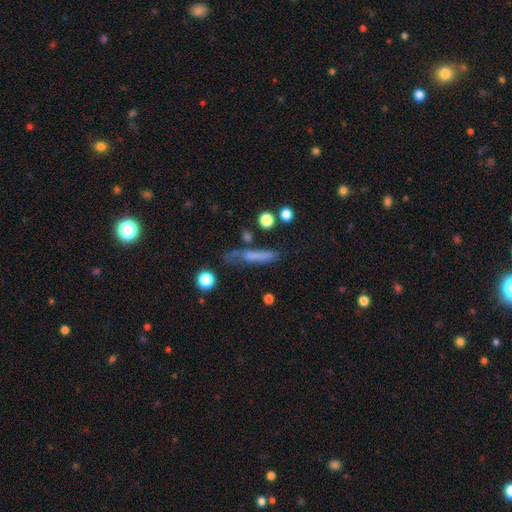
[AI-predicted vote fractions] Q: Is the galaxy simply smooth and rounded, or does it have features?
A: smooth — 61%.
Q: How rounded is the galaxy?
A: cigar-shaped — 82%.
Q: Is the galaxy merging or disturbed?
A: none — 53%.